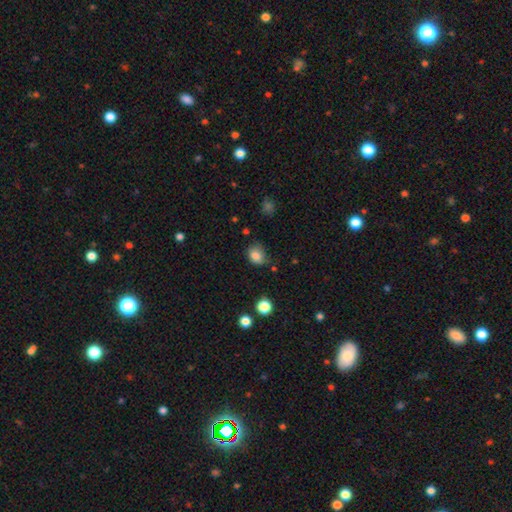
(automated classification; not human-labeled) smooth-or-featured: smooth: 83% | star or artifact: 11% | featured or disk: 6%
  how-rounded: round: 59% | in between: 40% | cigar-shaped: 1%
  merging: none: 60% | minor disturbance: 30% | major disturbance: 7% | merger: 3%